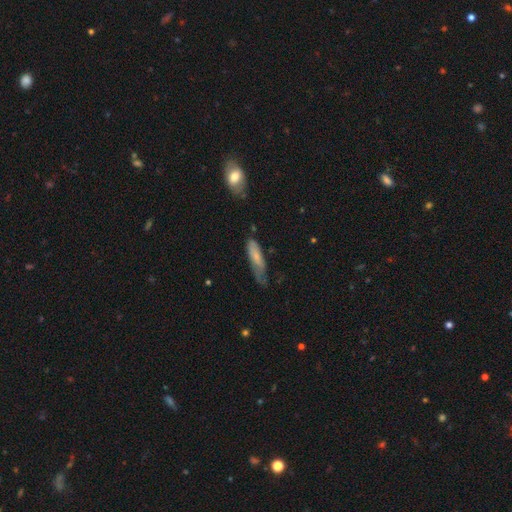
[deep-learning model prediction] A smooth galaxy with no disk features (64%) that is cigar-shaped (60%). Merging: none (41%).